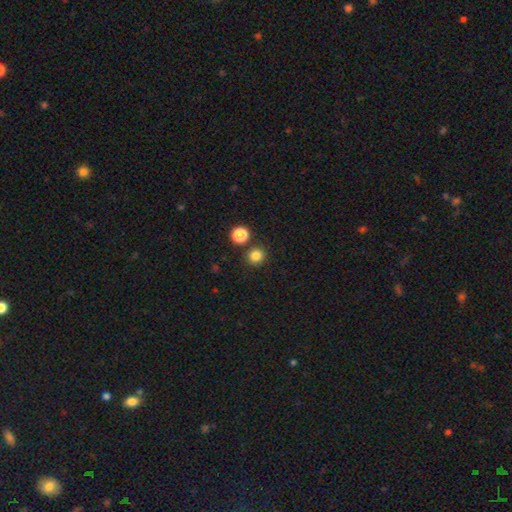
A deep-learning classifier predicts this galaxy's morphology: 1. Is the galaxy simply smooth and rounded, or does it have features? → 82% smooth, 14% star or artifact, 4% featured or disk.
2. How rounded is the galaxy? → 92% round, 7% in between, 1% cigar-shaped.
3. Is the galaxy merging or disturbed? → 86% none, 6% minor disturbance, 6% merger, 2% major disturbance.